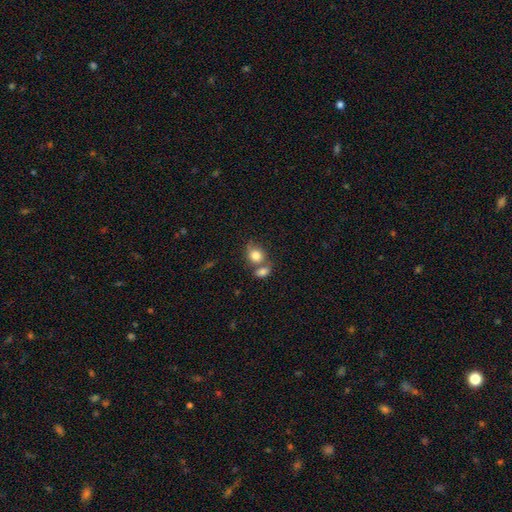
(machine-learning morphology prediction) smooth-or-featured: smooth: 81% | featured or disk: 10% | star or artifact: 9%
  how-rounded: round: 61% | in between: 38% | cigar-shaped: 1%
  merging: merger: 42% | none: 40% | minor disturbance: 13% | major disturbance: 6%